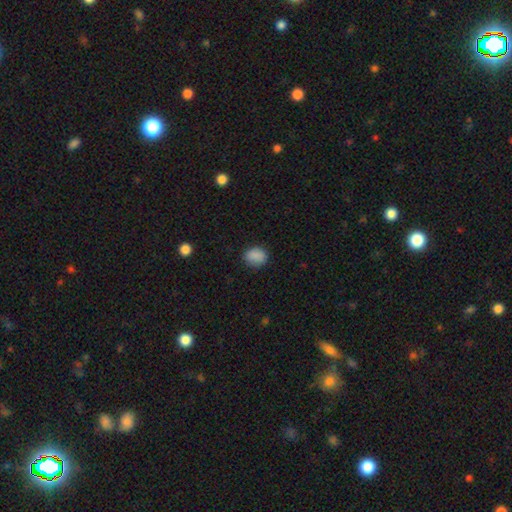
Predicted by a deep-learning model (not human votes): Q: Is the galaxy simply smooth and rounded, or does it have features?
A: smooth — 87%.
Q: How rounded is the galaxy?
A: in between — 51%.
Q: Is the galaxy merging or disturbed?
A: none — 82%.